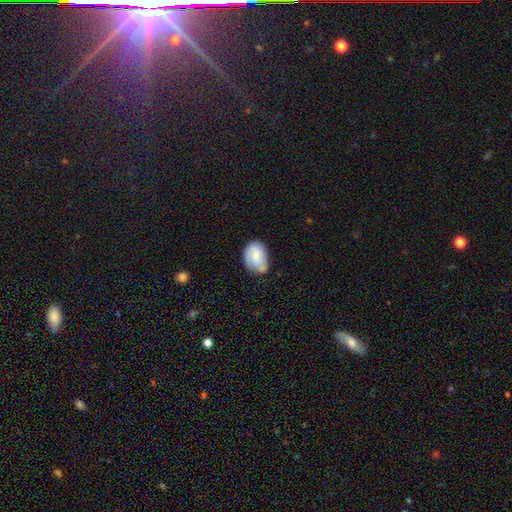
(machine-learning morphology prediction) Smooth or featured: smooth — 75% (featured or disk — 19%)
How rounded: in between — 78% (round — 21%)
Merging: none — 53% (minor disturbance — 35%)